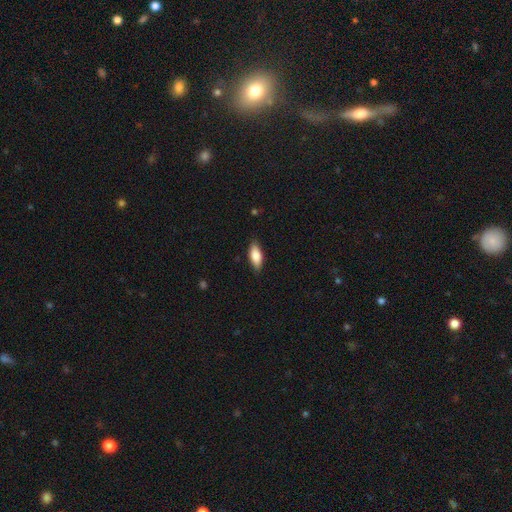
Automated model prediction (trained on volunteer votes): Smooth or featured? Predicted: smooth (p=0.81). How rounded? Predicted: in between (p=0.81). Merging? Predicted: none (p=0.84).